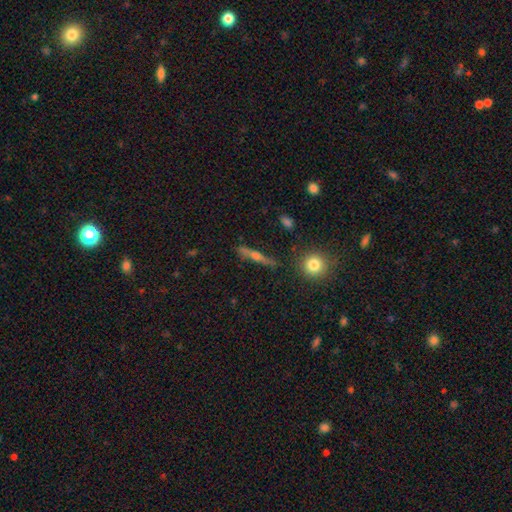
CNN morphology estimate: This appears to be a featured or disk galaxy (56%) viewed edge-on (94%) with a rounded central bulge (81%). Merging: none (85%).